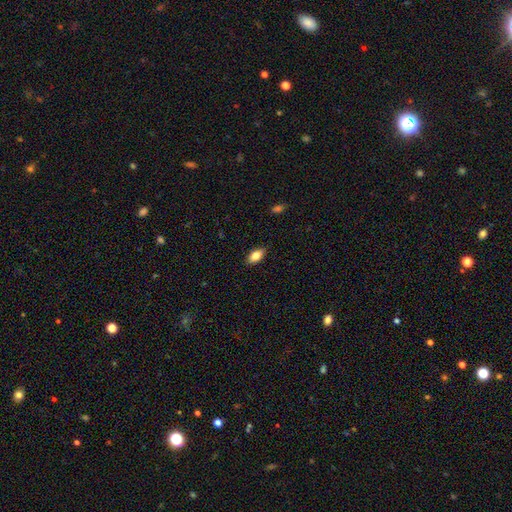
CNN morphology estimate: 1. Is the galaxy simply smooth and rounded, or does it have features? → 81% smooth, 11% featured or disk, 7% star or artifact.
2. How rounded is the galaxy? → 90% in between, 7% cigar-shaped, 4% round.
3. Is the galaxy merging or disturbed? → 87% none, 10% minor disturbance, 2% major disturbance, 1% merger.